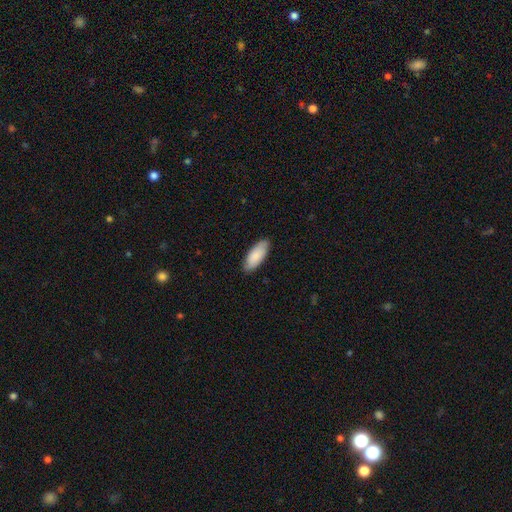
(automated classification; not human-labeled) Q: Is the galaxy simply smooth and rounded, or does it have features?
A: smooth — 86%.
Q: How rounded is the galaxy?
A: in between — 82%.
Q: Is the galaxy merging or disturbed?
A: none — 86%.